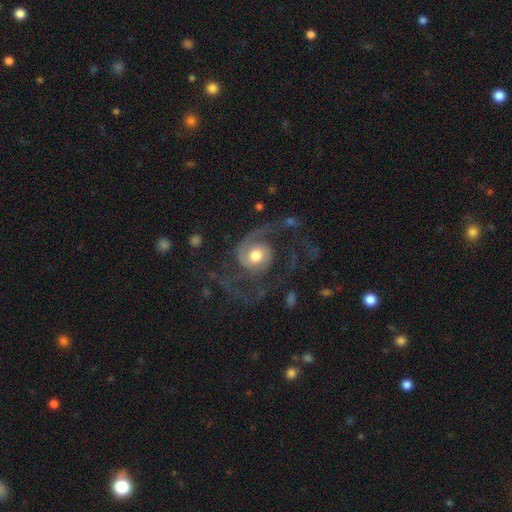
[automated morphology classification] Q: Smooth or featured?
A: featured or disk (84%); runner-up: smooth (11%)
Q: Edge-on disk?
A: no (98%); runner-up: yes (2%)
Q: Bar?
A: no (73%); runner-up: weak (23%)
Q: Spiral arms?
A: yes (94%); runner-up: no (6%)
Q: Spiral winding?
A: medium (45%); runner-up: loose (34%)
Q: Spiral arm count?
A: 2 (60%); runner-up: 1 (19%)
Q: Bulge size?
A: moderate (63%); runner-up: large (23%)
Q: Merging?
A: none (48%); runner-up: major disturbance (35%)